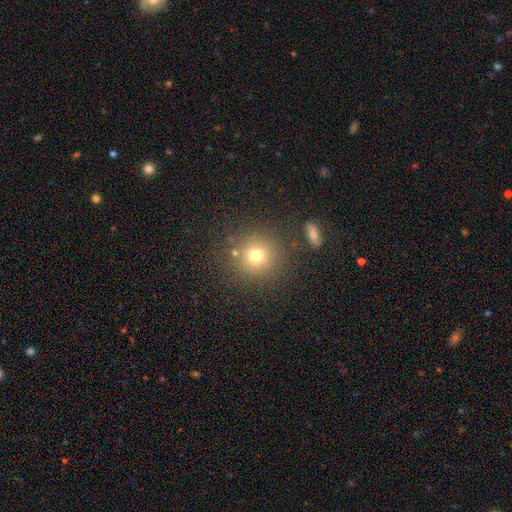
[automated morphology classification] smooth_or_featured: smooth (p=0.73) [alt: star or artifact p=0.17]
how_rounded: round (p=0.93) [alt: in between p=0.06]
merging: none (p=0.82) [alt: minor disturbance p=0.09]